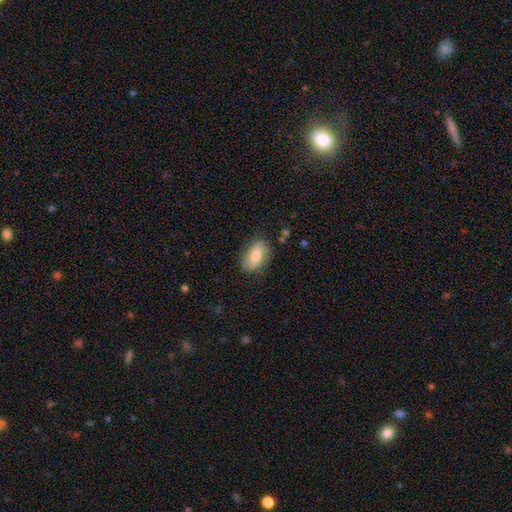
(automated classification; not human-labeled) Morphology: type=smooth (80%); roundness=in between (90%); merging=none (77%).